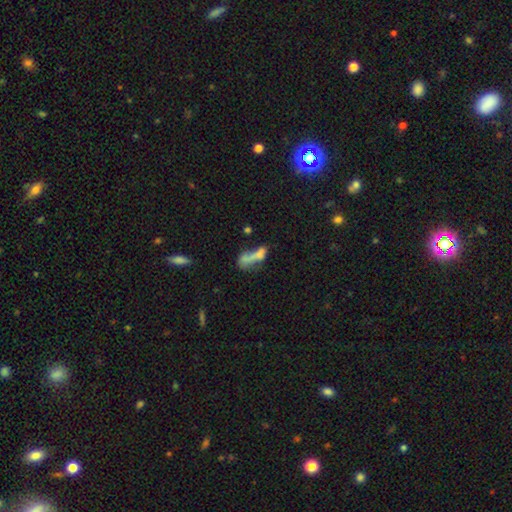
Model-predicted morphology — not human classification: smooth_or_featured: smooth (p=0.56) [alt: featured or disk p=0.29]
how_rounded: in between (p=0.53) [alt: cigar-shaped p=0.40]
merging: merger (p=0.45) [alt: none p=0.22]